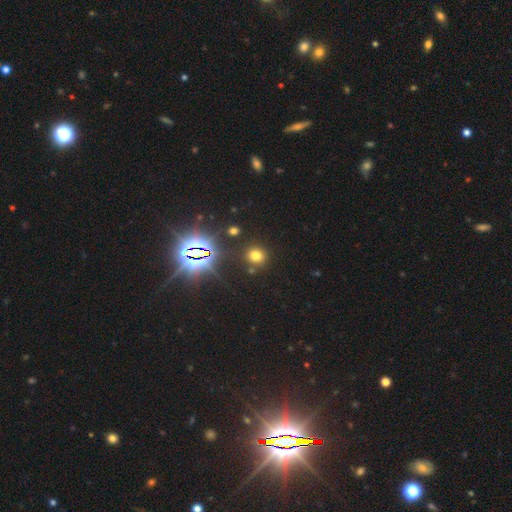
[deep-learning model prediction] Q: Smooth or featured?
A: smooth (65%); runner-up: star or artifact (28%)
Q: How rounded?
A: round (84%); runner-up: in between (15%)
Q: Merging?
A: none (84%); runner-up: minor disturbance (8%)